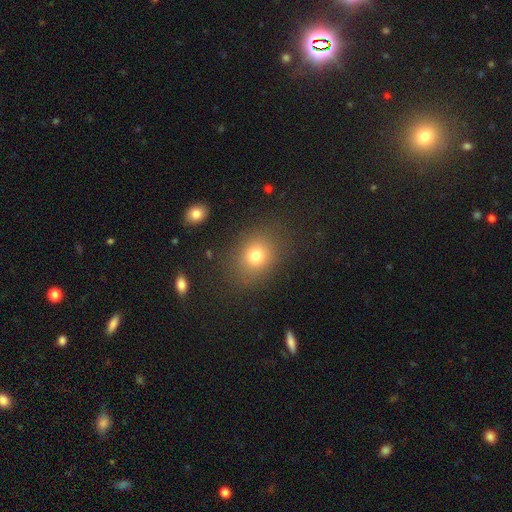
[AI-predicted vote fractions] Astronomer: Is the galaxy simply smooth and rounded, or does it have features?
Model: smooth — 76%.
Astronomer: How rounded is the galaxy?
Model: round — 53% (runner-up: in between, 46%).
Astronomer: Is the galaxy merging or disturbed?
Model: none — 81%.